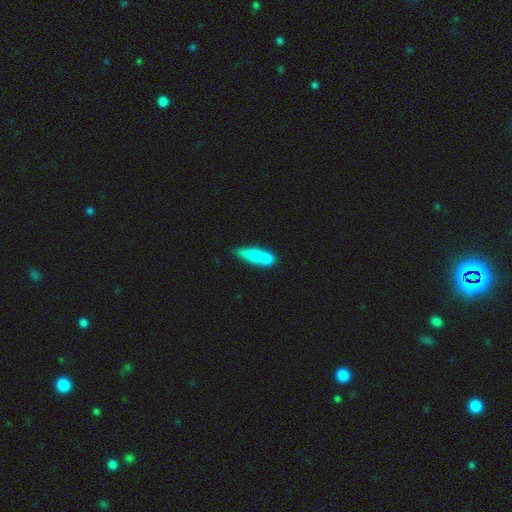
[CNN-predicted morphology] A smooth galaxy with no disk features (65%) that is cigar-shaped (46%). Merging: merger (58%).